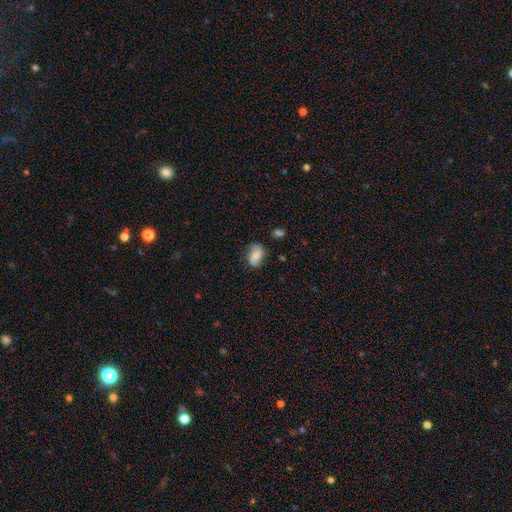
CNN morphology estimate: Overall: smooth (63%; featured or disk 29%). How rounded: in between (82%). Merging: none (72%).